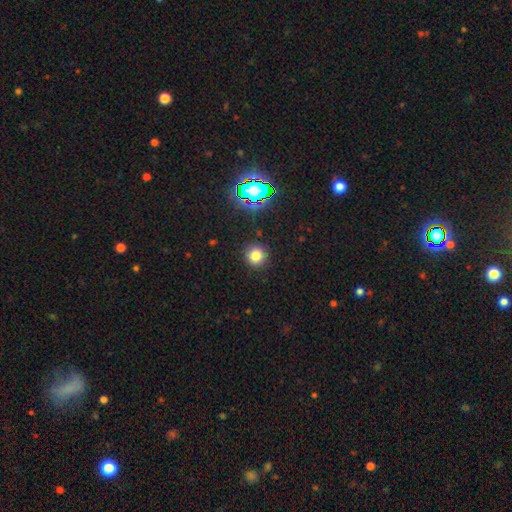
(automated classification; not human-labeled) Morphology: type=smooth (76%); roundness=round (93%); merging=none (90%).